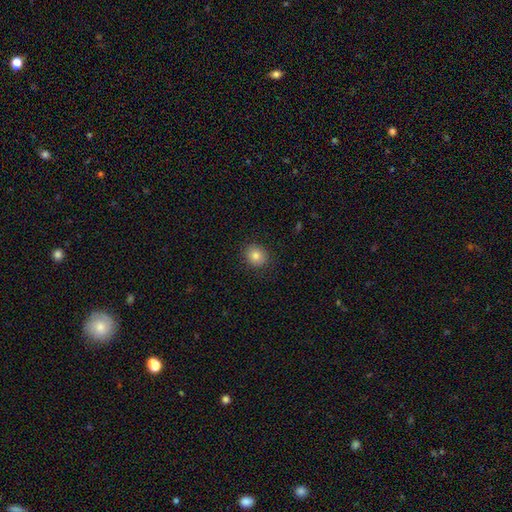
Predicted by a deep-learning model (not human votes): Smooth or featured: smooth — 82% (star or artifact — 10%)
How rounded: round — 78% (in between — 21%)
Merging: none — 88% (minor disturbance — 8%)